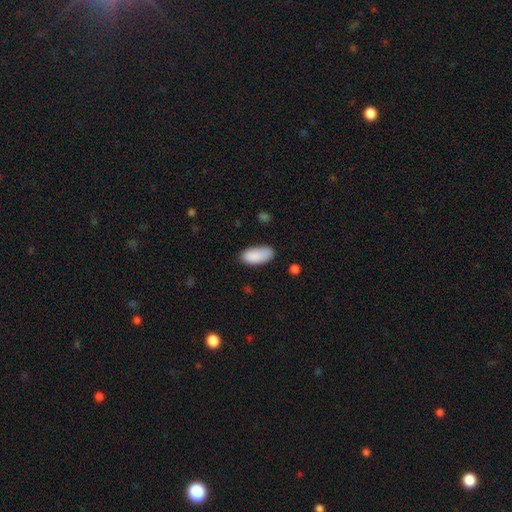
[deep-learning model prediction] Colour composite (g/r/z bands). It shows a smooth galaxy with no disk features (89%) that is in between round and cigar-shaped (91%). Merging: none (73%).